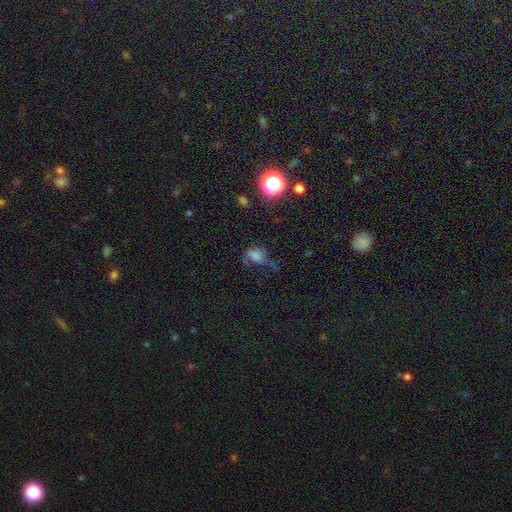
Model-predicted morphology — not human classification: This appears to be a smooth galaxy with no disk features (52%) that is in between round and cigar-shaped (52%). Merging: none (43%).